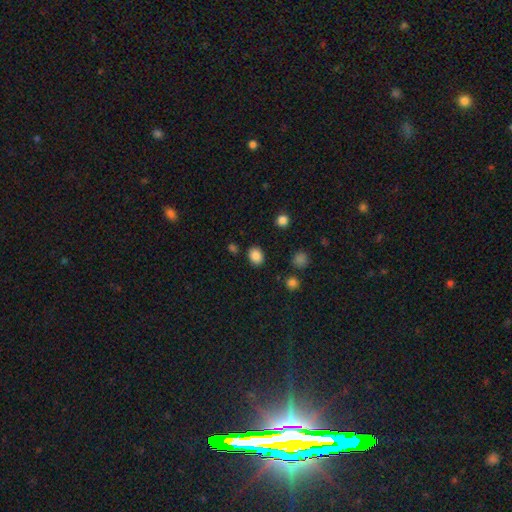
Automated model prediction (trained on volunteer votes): A smooth galaxy with no disk features (85%) that is round (51%). Merging: none (86%).